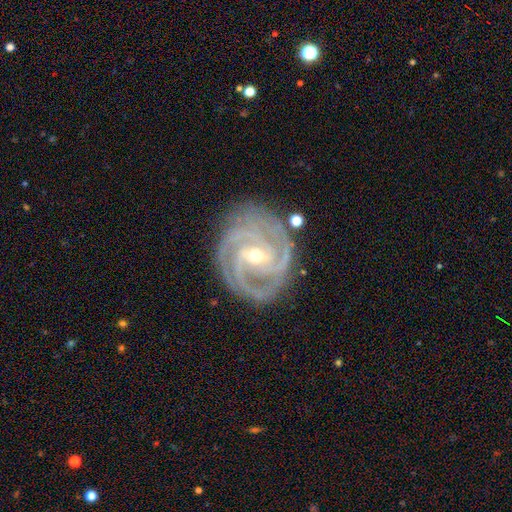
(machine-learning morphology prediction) The model was most divided on "bulge size": small: 54%, moderate: 44%, large: 1%, none: 1%, dominant: 1%. Remaining: spiral arms — yes (99%); edge-on disk — no (98%); smooth or featured — featured or disk (93%); merging — none (81%); spiral winding — tight (71%); bar — weak (44%); spiral arm count — 3 (44%).